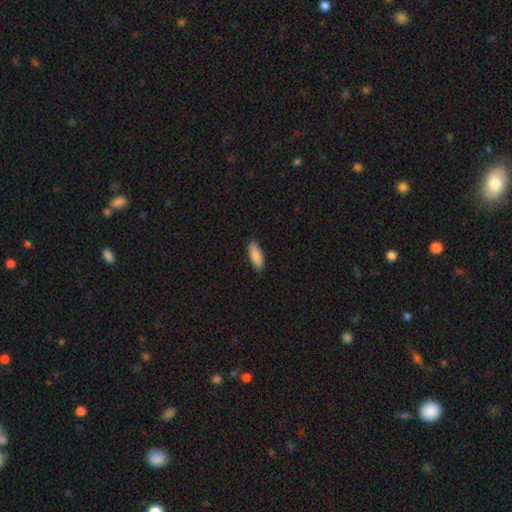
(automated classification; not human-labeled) A smooth galaxy with no disk features (89%) that is in between round and cigar-shaped (65%).

Vote fractions:
- Smooth or featured? smooth: 89% / star or artifact: 6% / featured or disk: 5%
- How rounded? in between: 65% / cigar-shaped: 33% / round: 2%
- Merging? none: 86% / minor disturbance: 11% / major disturbance: 2% / merger: 1%